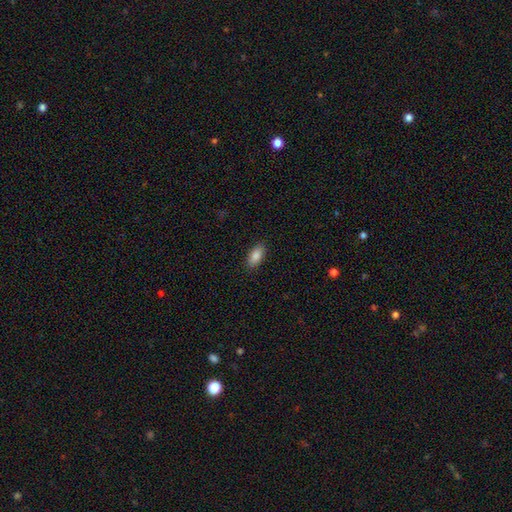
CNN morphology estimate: A smooth galaxy with no disk features (87%) that is in between round and cigar-shaped (91%). Merging: none (88%).